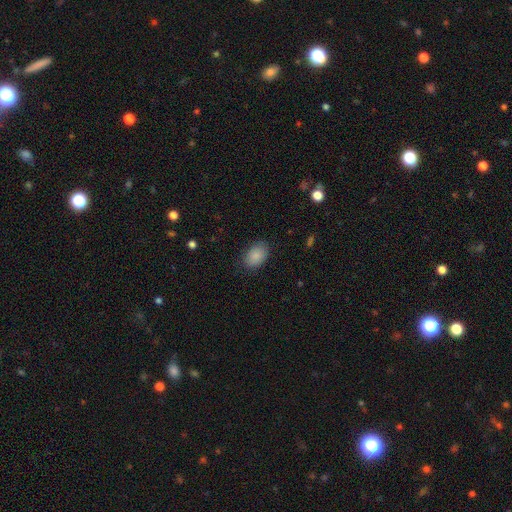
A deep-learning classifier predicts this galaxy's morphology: This appears to be a smooth galaxy with no disk features (87%) that is in between round and cigar-shaped (84%). Merging: none (82%).